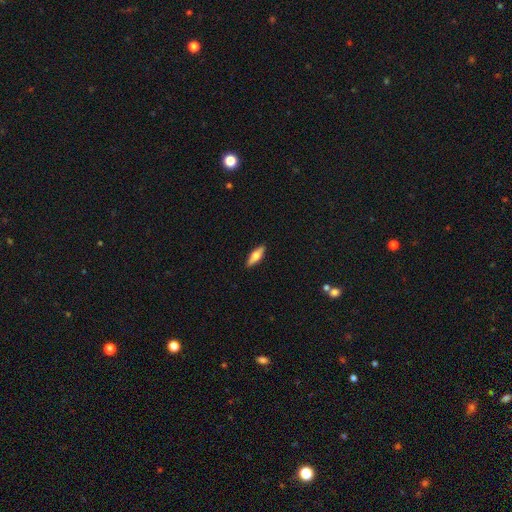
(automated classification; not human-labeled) smooth 55%, featured or disk 39%, star or artifact 6%. Down the decision tree: how rounded — cigar-shaped (50%); merging — none (90%).